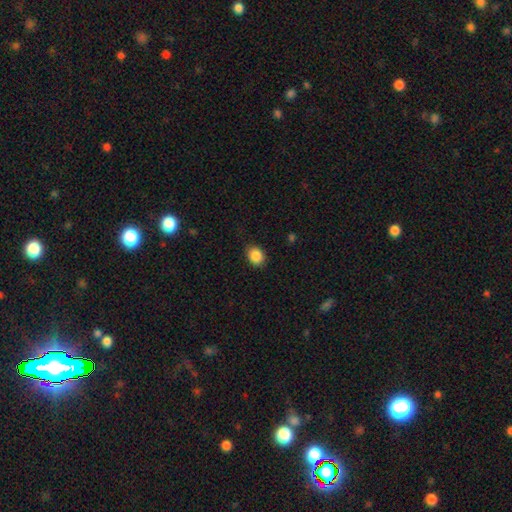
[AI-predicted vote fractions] Overall: smooth (88%). How rounded: in between (56%; round 43%). Merging: none (86%).